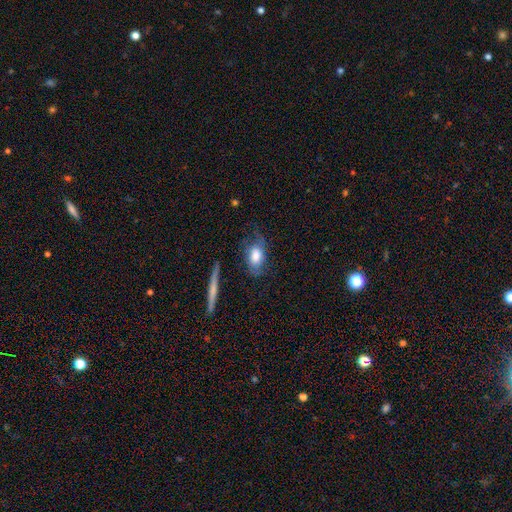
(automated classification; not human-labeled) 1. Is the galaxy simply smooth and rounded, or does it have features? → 54% smooth, 39% featured or disk, 7% star or artifact.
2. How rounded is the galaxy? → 83% in between, 12% round, 5% cigar-shaped.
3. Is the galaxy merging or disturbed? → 55% none, 25% minor disturbance, 17% major disturbance, 3% merger.